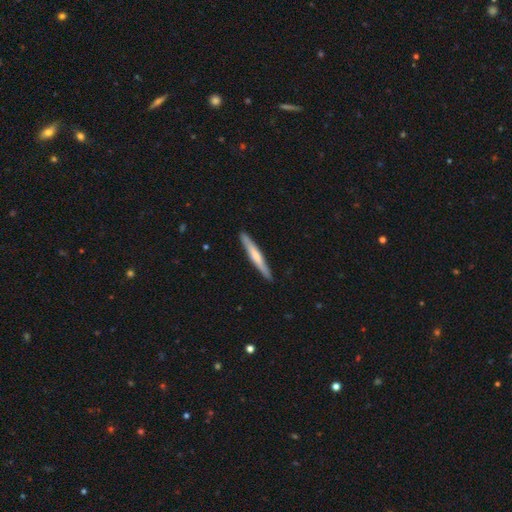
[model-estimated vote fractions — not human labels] Smooth or featured: smooth — 51% (featured or disk — 44%)
How rounded: cigar-shaped — 96% (in between — 3%)
Merging: none — 90% (minor disturbance — 8%)